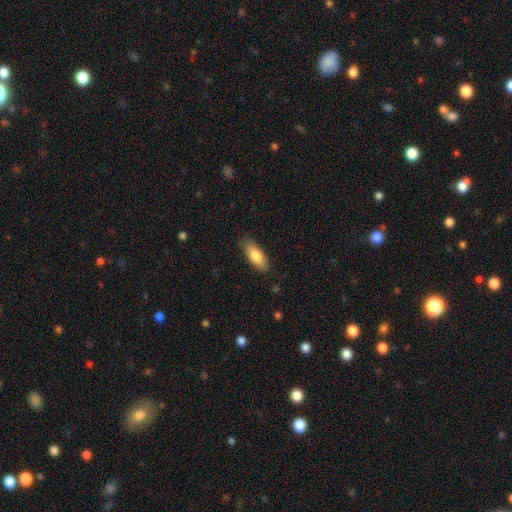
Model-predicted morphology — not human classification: Smooth or featured? smooth (82%)
How rounded? in between (76%)
Merging? none (83%)